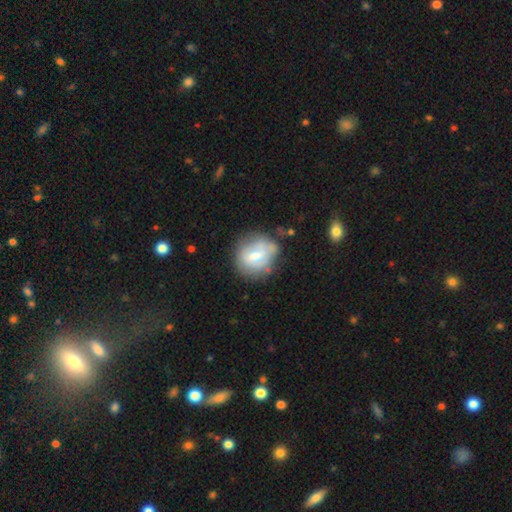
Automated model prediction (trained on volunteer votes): smooth-or-featured: smooth: 52% | featured or disk: 41% | star or artifact: 7%
  how-rounded: round: 68% | in between: 31% | cigar-shaped: 1%
  merging: none: 57% | minor disturbance: 26% | major disturbance: 11% | merger: 6%